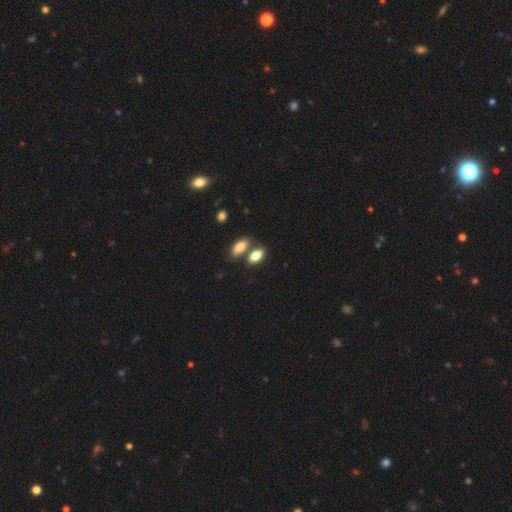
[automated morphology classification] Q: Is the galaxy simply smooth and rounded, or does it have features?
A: smooth — 84%.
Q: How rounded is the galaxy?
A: in between — 89%.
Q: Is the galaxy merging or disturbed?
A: none — 54%.